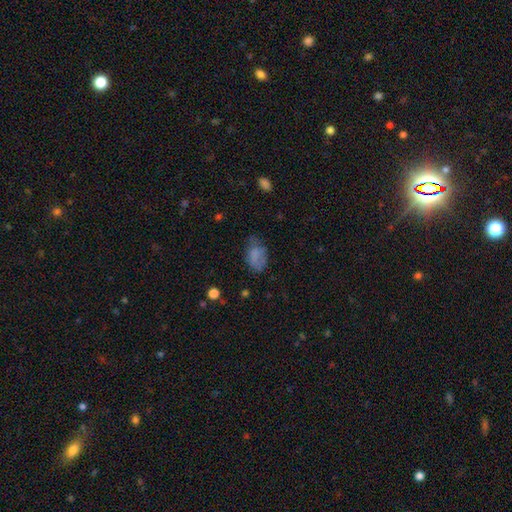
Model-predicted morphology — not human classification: This is likely a smooth galaxy (70%). How rounded: clearly in between (88%). Merging: possibly none (49%).